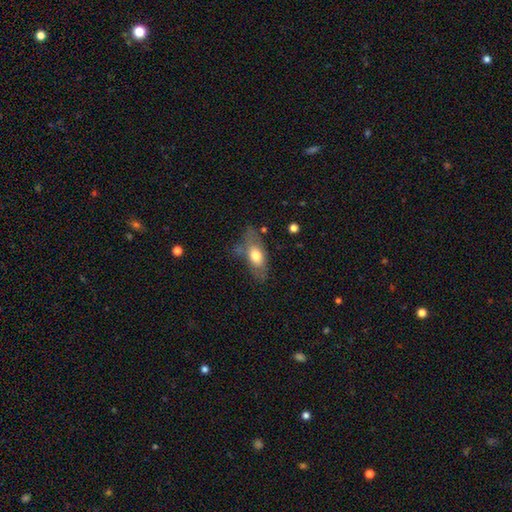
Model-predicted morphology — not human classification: This is likely a smooth galaxy (64%). How rounded: likely in between (80%). Merging: possibly none (57%).